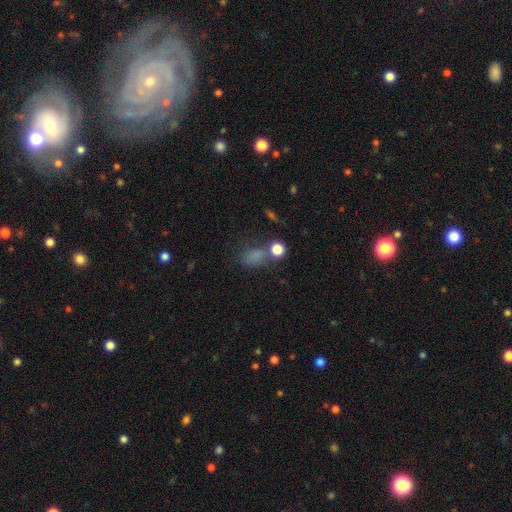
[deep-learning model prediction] smooth_or_featured: smooth (p=0.70) [alt: star or artifact p=0.21]
how_rounded: in between (p=0.63) [alt: round p=0.34]
merging: none (p=0.50) [alt: minor disturbance p=0.18]